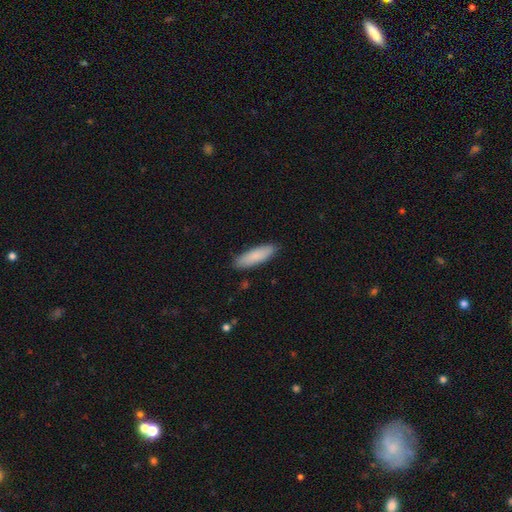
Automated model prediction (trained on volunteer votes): Smooth or featured: smooth — 86% (featured or disk — 9%)
How rounded: cigar-shaped — 59% (in between — 39%)
Merging: none — 88% (minor disturbance — 10%)